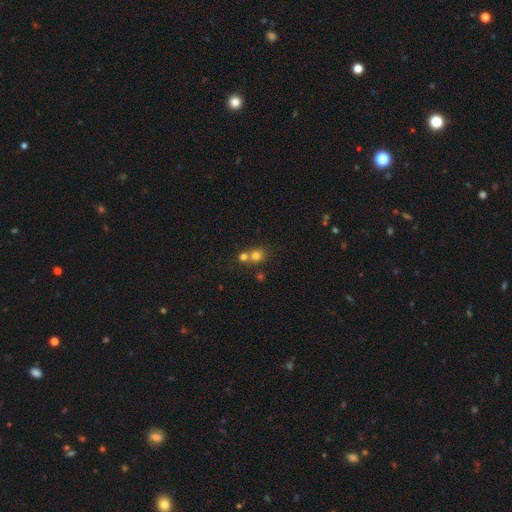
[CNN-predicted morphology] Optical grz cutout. It shows a smooth galaxy with no disk features (75%) that is round (82%). Merging: merger (46%).